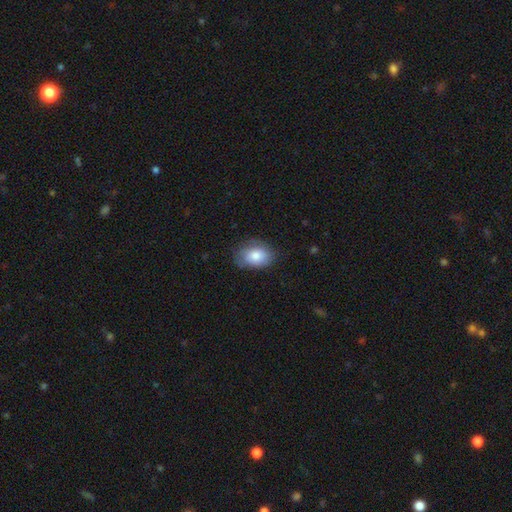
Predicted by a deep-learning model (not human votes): A smooth galaxy with no disk features (80%) that is in between round and cigar-shaped (80%).

Vote fractions:
- Smooth or featured? smooth: 80% / featured or disk: 13% / star or artifact: 7%
- How rounded? in between: 80% / round: 19% / cigar-shaped: 1%
- Merging? none: 68% / minor disturbance: 25% / major disturbance: 6% / merger: 1%